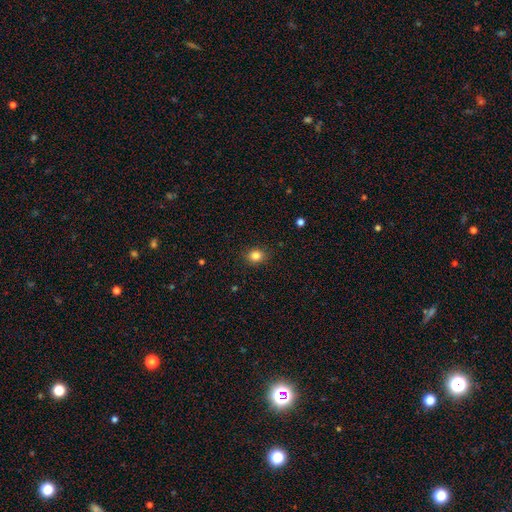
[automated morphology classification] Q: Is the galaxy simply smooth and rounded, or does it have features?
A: smooth — 84%.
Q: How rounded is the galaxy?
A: round — 68%.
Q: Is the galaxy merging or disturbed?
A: none — 89%.